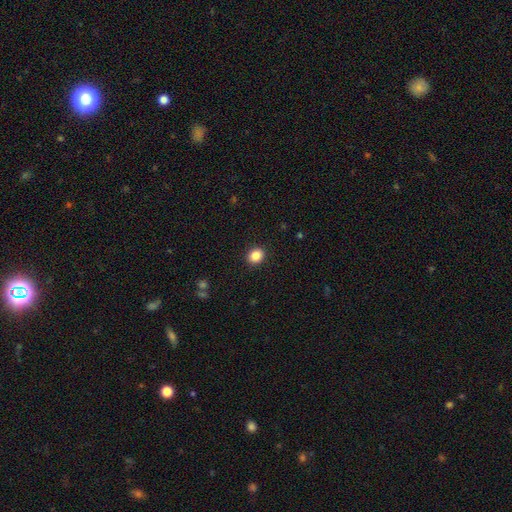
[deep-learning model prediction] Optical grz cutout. It shows a smooth galaxy with no disk features (86%) that is round (72%). Merging: none (91%).